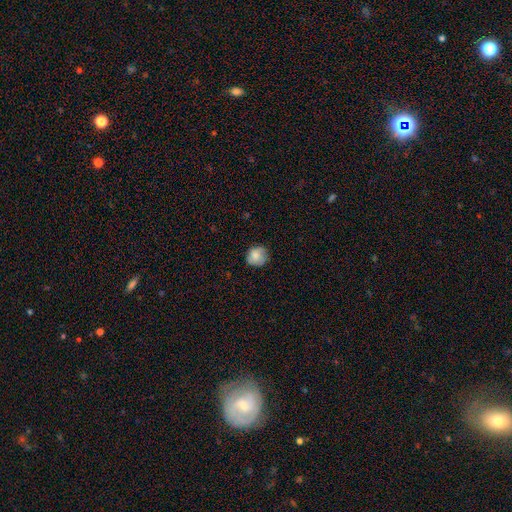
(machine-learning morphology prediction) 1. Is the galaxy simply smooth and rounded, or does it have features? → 75% smooth, 17% featured or disk, 8% star or artifact.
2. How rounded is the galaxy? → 83% round, 16% in between, 1% cigar-shaped.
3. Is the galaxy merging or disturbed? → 73% none, 21% minor disturbance, 5% major disturbance, 1% merger.